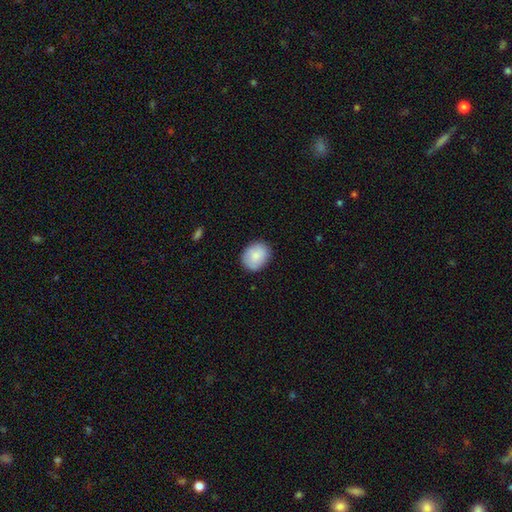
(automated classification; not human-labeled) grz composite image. It shows a smooth galaxy with no disk features (85%) that is round (54%). Merging: none (86%).